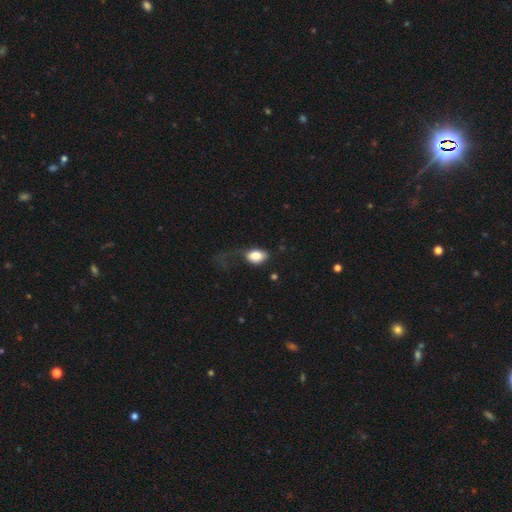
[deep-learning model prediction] A smooth galaxy with no disk features (80%) that is in between round and cigar-shaped (83%). Merging: major disturbance (38%).